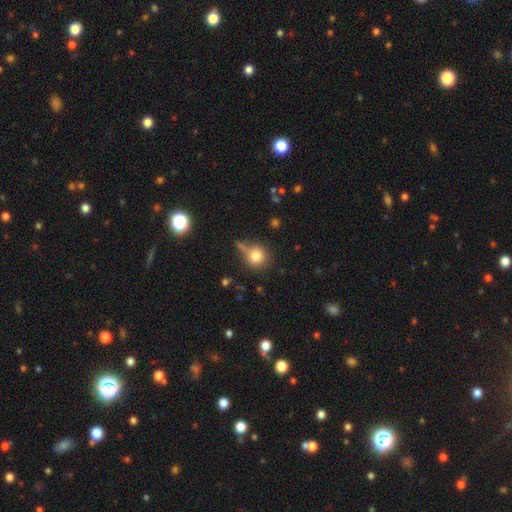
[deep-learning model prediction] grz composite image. It shows a smooth galaxy with no disk features (79%) that is round (88%). Merging: none (61%).